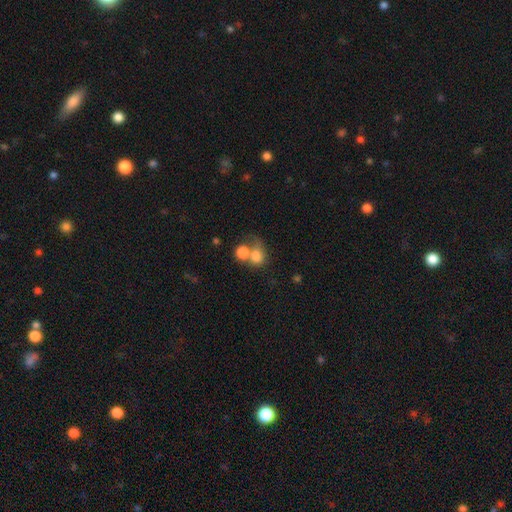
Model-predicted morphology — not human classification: A smooth galaxy with no disk features (77%) that is round (66%). Merging: merger (56%).